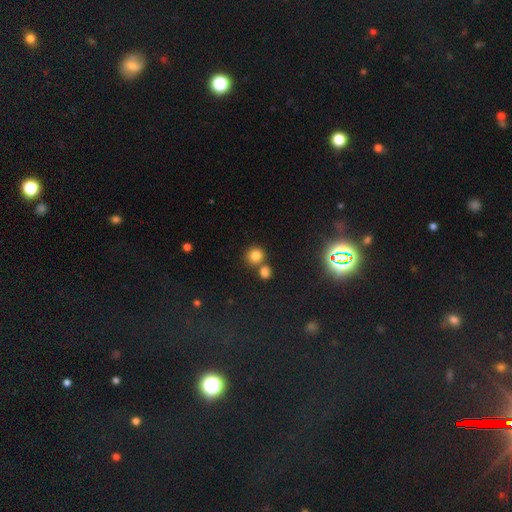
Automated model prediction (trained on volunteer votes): smooth_or_featured: smooth (p=0.78) [alt: star or artifact p=0.15]
how_rounded: round (p=0.86) [alt: in between p=0.13]
merging: none (p=0.61) [alt: merger p=0.29]